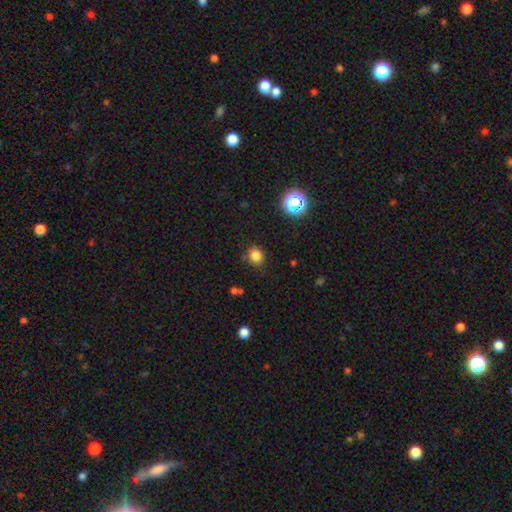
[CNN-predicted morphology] Q: Smooth or featured?
A: smooth (82%); runner-up: star or artifact (14%)
Q: How rounded?
A: round (77%); runner-up: in between (22%)
Q: Merging?
A: none (83%); runner-up: minor disturbance (11%)